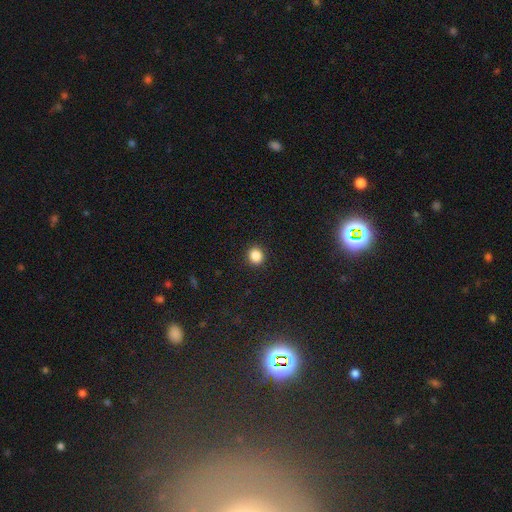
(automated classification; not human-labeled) The model was most divided on "how rounded": round: 85%, in between: 14%, cigar-shaped: 1%. More confident: merging — none (92%); smooth or featured — smooth (86%).